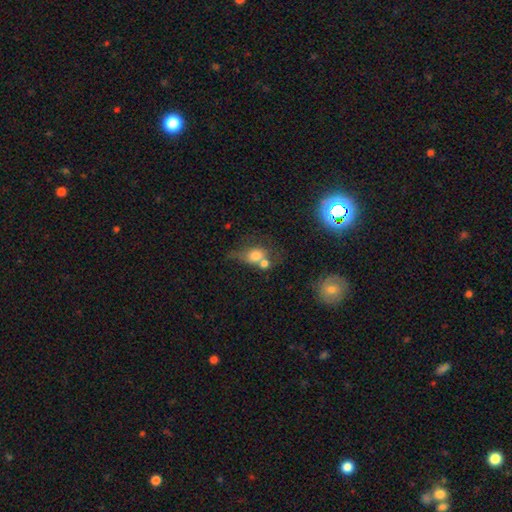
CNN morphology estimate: Q: Smooth or featured?
A: smooth (67%); runner-up: featured or disk (21%)
Q: How rounded?
A: in between (58%); runner-up: round (39%)
Q: Merging?
A: merger (47%); runner-up: none (25%)